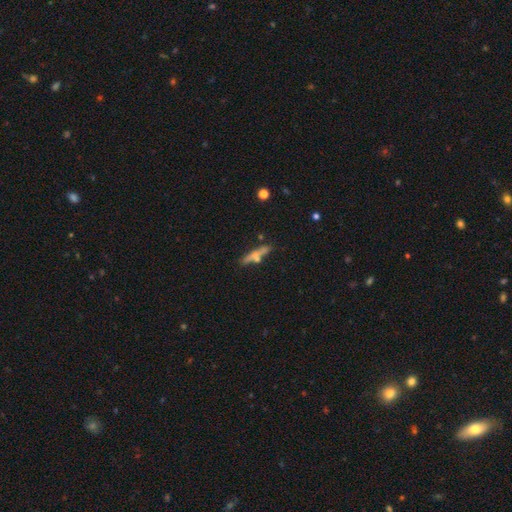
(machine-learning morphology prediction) Smooth or featured?
  - smooth: 56% *
  - featured or disk: 35%
  - star or artifact: 8%
How rounded?
  - cigar-shaped: 85% *
  - in between: 12%
  - round: 3%
Merging?
  - none: 67% *
  - minor disturbance: 16%
  - merger: 12%
  - major disturbance: 5%